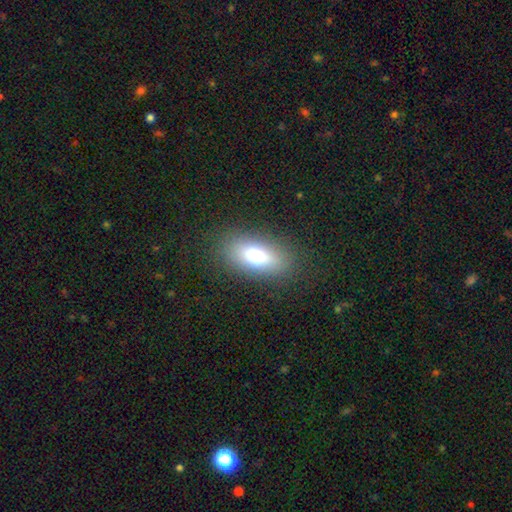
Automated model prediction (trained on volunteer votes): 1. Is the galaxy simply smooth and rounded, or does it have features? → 74% smooth, 15% featured or disk, 11% star or artifact.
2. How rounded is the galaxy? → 84% in between, 9% cigar-shaped, 7% round.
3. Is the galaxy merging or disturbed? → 84% none, 10% minor disturbance, 4% major disturbance, 1% merger.